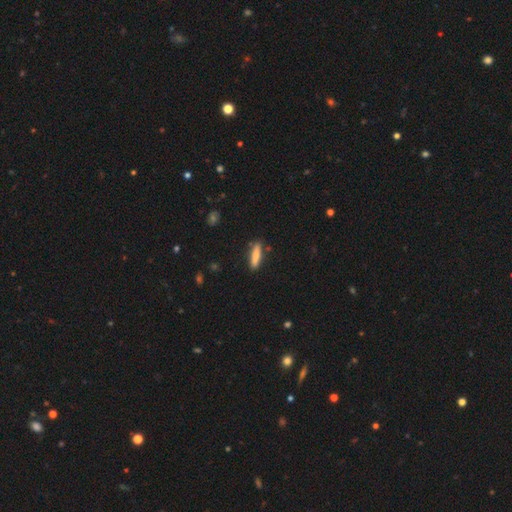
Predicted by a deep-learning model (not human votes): Morphology: type=smooth (76%); roundness=cigar-shaped (80%); merging=none (86%).